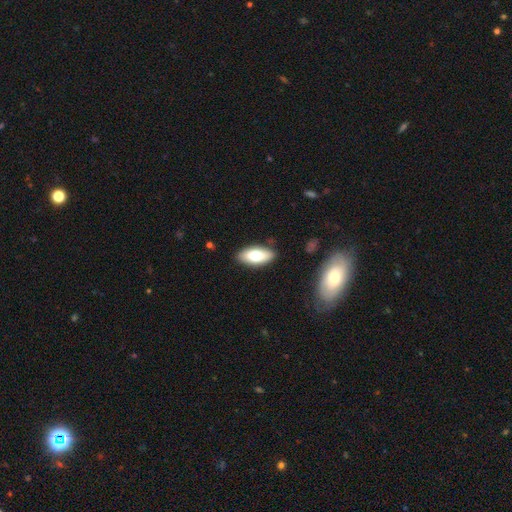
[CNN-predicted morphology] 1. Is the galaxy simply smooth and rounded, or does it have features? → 73% smooth, 20% featured or disk, 7% star or artifact.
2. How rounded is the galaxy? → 86% in between, 11% cigar-shaped, 3% round.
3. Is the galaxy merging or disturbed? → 86% none, 10% minor disturbance, 2% major disturbance, 2% merger.